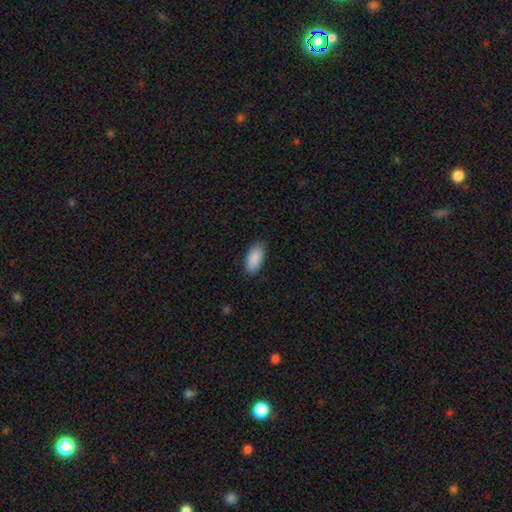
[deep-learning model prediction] A smooth galaxy with no disk features (91%) that is in between round and cigar-shaped (91%).

Vote fractions:
- Smooth or featured? smooth: 91% / star or artifact: 6% / featured or disk: 3%
- How rounded? in between: 91% / cigar-shaped: 7% / round: 2%
- Merging? none: 86% / minor disturbance: 11% / major disturbance: 2% / merger: 1%